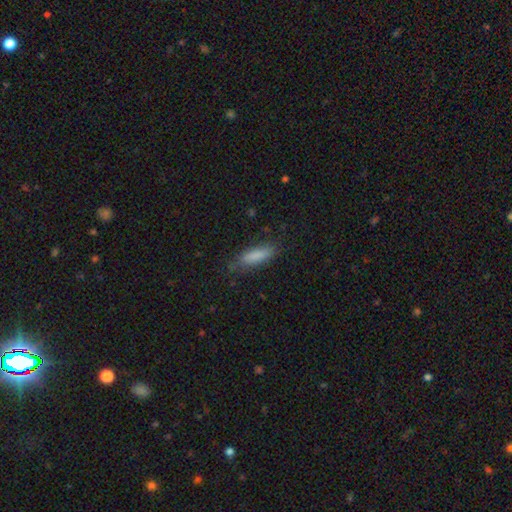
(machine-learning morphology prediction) smooth 84%, featured or disk 9%, star or artifact 7%. Down the decision tree: how rounded — cigar-shaped (58%); merging — none (75%).